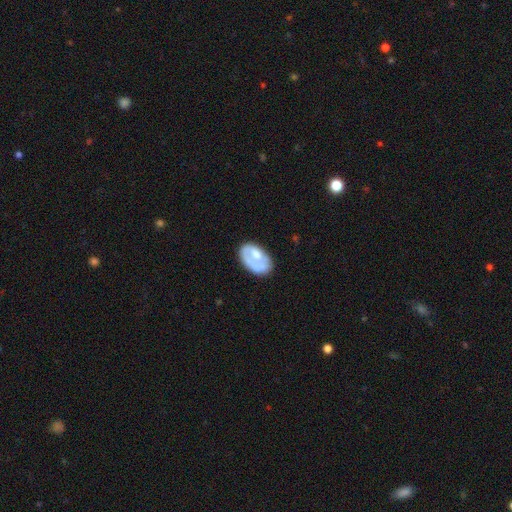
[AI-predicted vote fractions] Morphology: type=smooth (47%, tied with featured or disk); merging=none (53%).